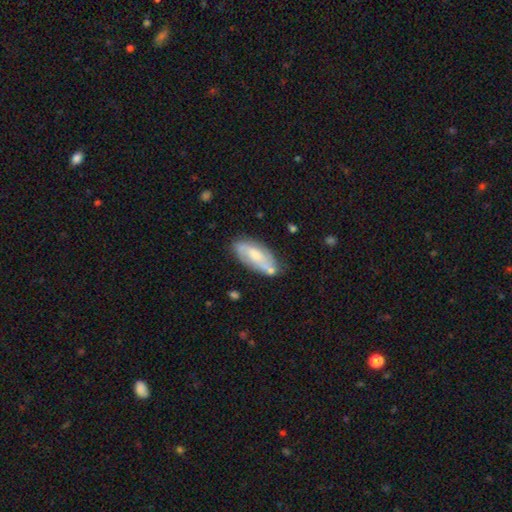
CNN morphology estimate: A featured or disk galaxy (51%).

Vote fractions:
- Smooth or featured? featured or disk: 51% / smooth: 43% / star or artifact: 6%
- Edge-on disk? no: 89% / yes: 11%
- Merging? none: 64% / minor disturbance: 22% / merger: 8% / major disturbance: 6%